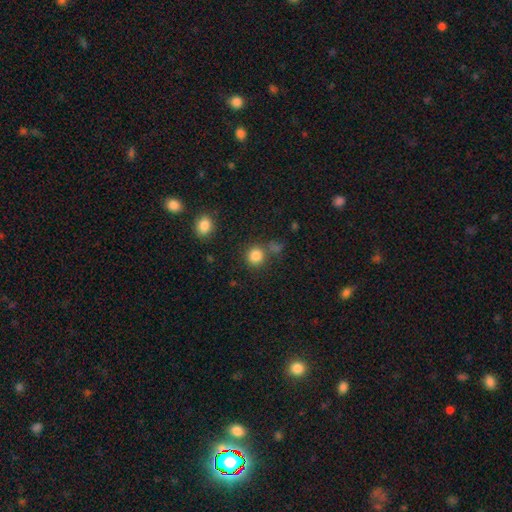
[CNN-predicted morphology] Smooth or featured? smooth (84%)
How rounded? round (89%)
Merging? none (75%)